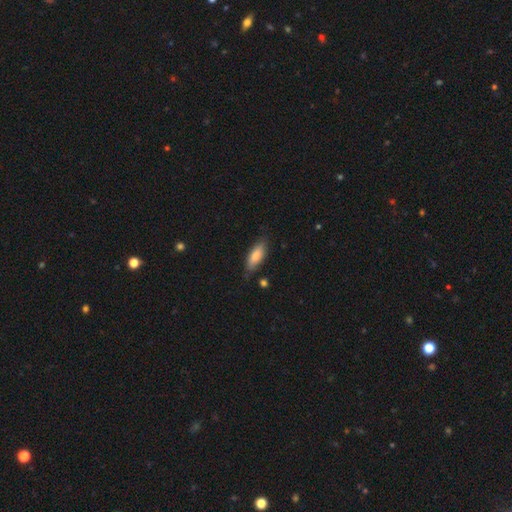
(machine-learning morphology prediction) This appears to be a smooth galaxy with no disk features (79%) that is in between round and cigar-shaped (69%). Merging: none (77%).